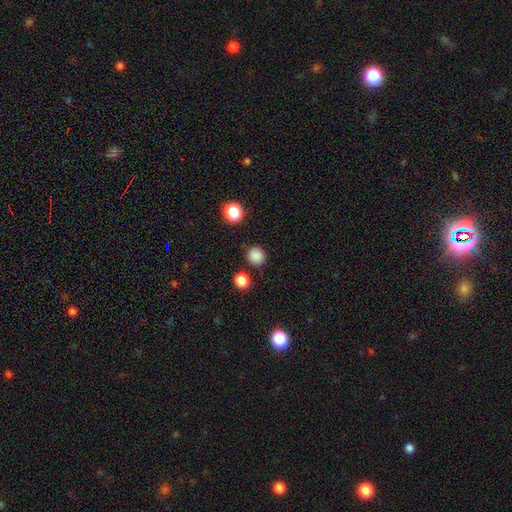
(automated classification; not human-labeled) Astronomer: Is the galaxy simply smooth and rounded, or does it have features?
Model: smooth — 85%.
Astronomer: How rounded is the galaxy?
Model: round — 89%.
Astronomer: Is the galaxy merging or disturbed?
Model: none — 87%.